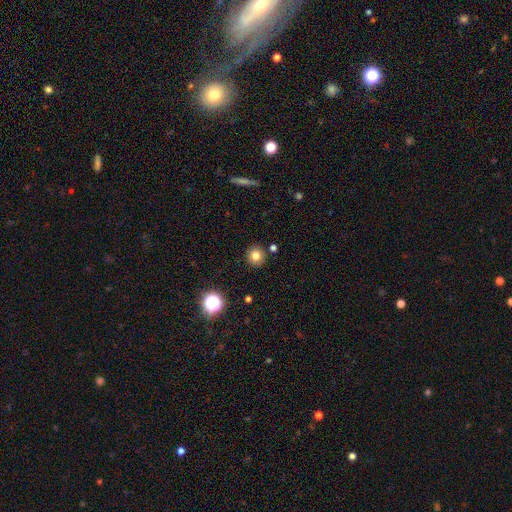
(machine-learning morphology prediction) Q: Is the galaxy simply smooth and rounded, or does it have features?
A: smooth — 79%.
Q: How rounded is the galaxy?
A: round — 92%.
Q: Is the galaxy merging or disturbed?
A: none — 89%.